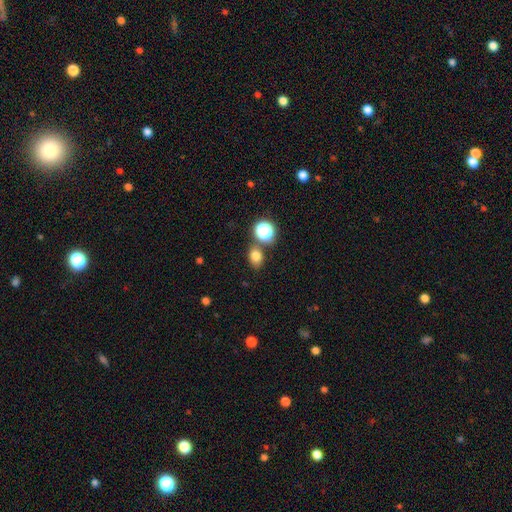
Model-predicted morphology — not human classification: This is likely a smooth galaxy (76%). How rounded: possibly in between (57%). Merging: likely none (72%).